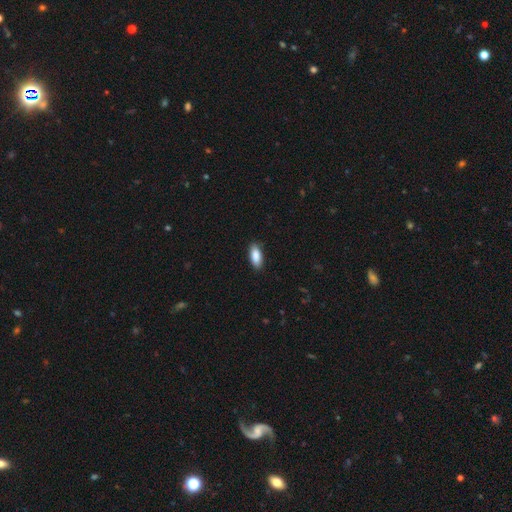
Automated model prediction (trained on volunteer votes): Smooth or featured?
  - smooth: 89% *
  - star or artifact: 6%
  - featured or disk: 5%
How rounded?
  - in between: 85% *
  - cigar-shaped: 13%
  - round: 2%
Merging?
  - none: 87% *
  - minor disturbance: 10%
  - major disturbance: 2%
  - merger: 1%